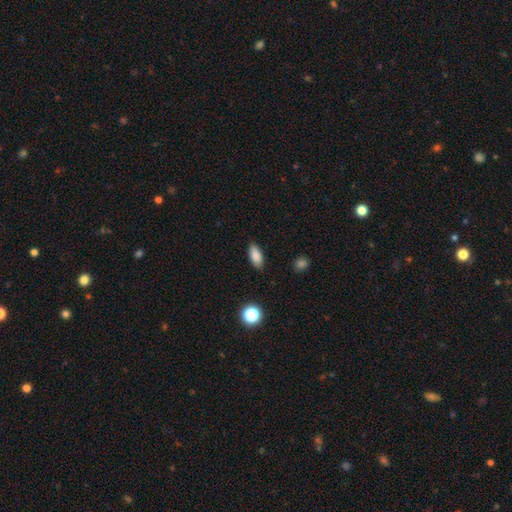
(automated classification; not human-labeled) Overall: smooth (86%). How rounded: in between (83%). Merging: none (86%).